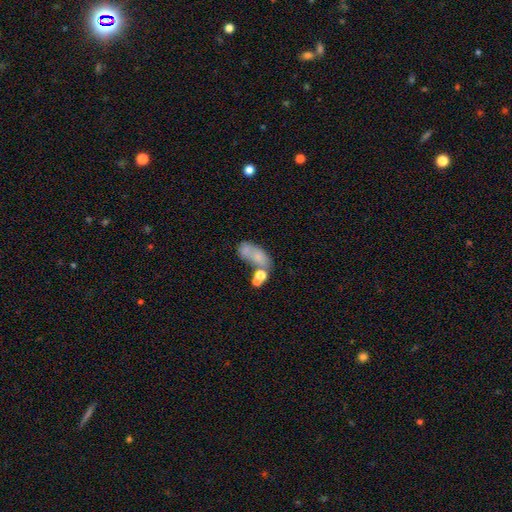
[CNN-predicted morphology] A smooth galaxy with no disk features (59%) that is in between round and cigar-shaped (81%).

Vote fractions:
- Smooth or featured? smooth: 59% / featured or disk: 27% / star or artifact: 14%
- How rounded? in between: 81% / round: 11% / cigar-shaped: 8%
- Merging? merger: 39% / none: 27% / major disturbance: 18% / minor disturbance: 16%